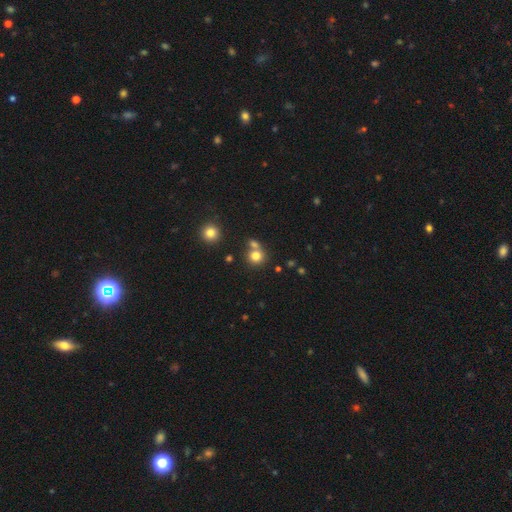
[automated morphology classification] Smooth or featured? Predicted: smooth (p=0.79). How rounded? Predicted: round (p=0.87). Merging? Predicted: none (p=0.58).